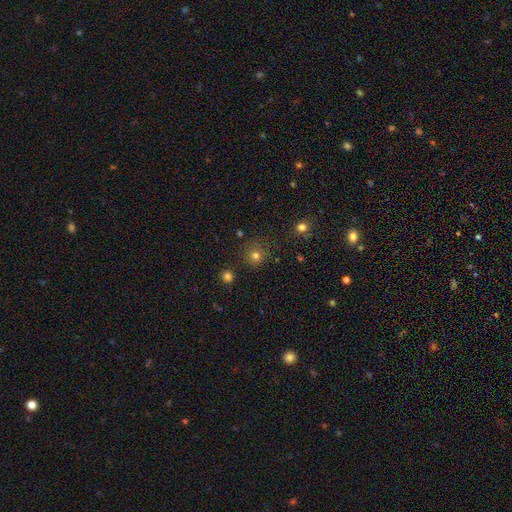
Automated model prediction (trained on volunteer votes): A smooth galaxy with no disk features (75%) that is round (92%). Merging: none (84%).